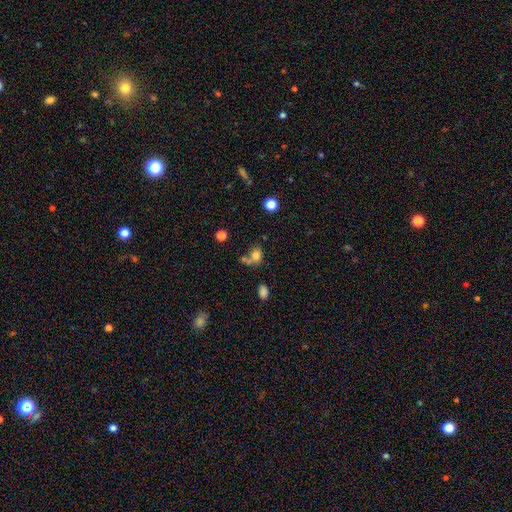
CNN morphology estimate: Smooth or featured?
  - smooth: 78% *
  - star or artifact: 13%
  - featured or disk: 10%
How rounded?
  - in between: 56% *
  - round: 42%
  - cigar-shaped: 2%
Merging?
  - none: 44% *
  - merger: 32%
  - minor disturbance: 15%
  - major disturbance: 9%